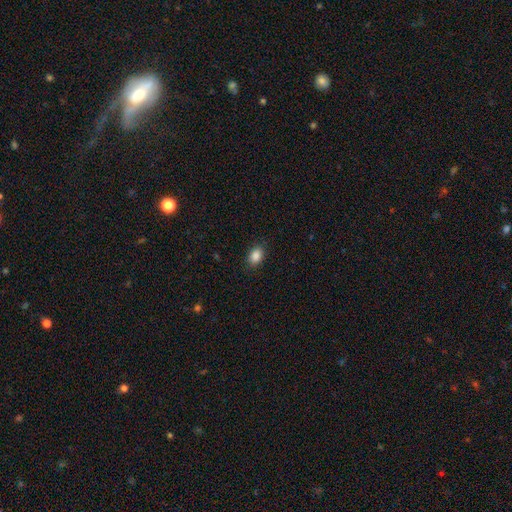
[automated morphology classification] A smooth galaxy with no disk features (88%) that is in between round and cigar-shaped (77%). Merging: none (87%).